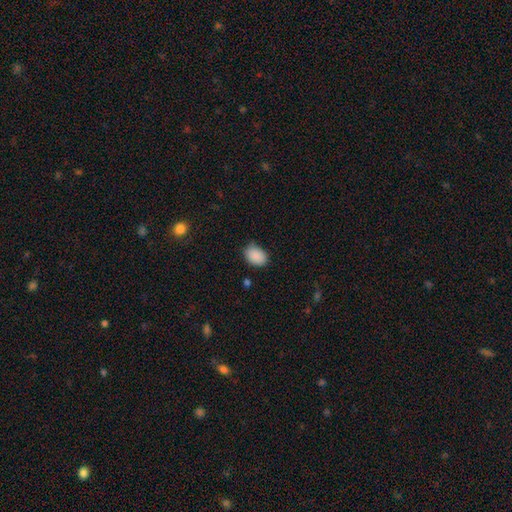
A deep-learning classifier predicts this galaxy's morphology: smooth 89%, star or artifact 8%, featured or disk 3%. Down the decision tree: how rounded — in between (77%); merging — none (77%).